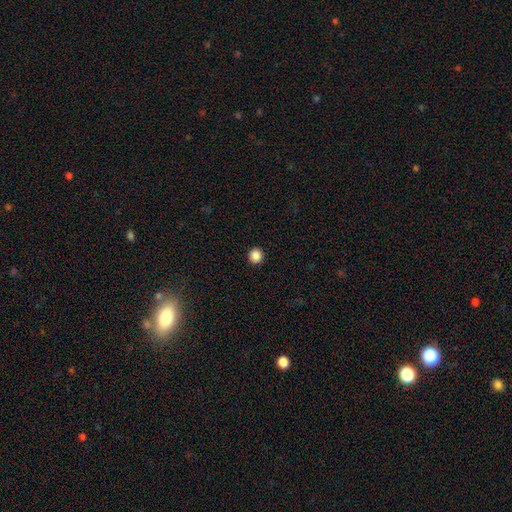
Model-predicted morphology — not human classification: smooth-or-featured: smooth: 88% | star or artifact: 10% | featured or disk: 3%
  how-rounded: round: 94% | in between: 5% | cigar-shaped: 1%
  merging: none: 93% | minor disturbance: 4% | major disturbance: 1% | merger: 1%